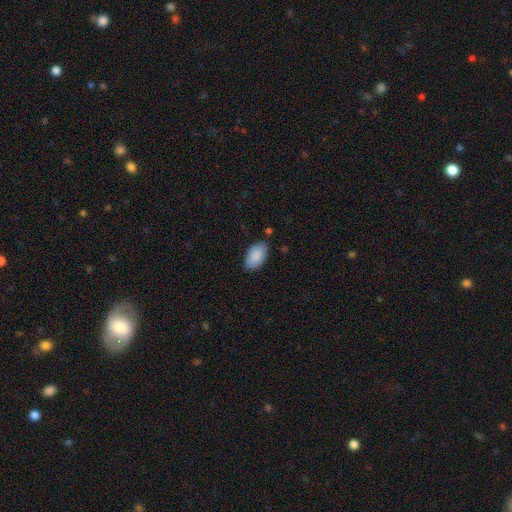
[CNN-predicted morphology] Overall: smooth (89%). How rounded: in between (95%). Merging: none (80%).